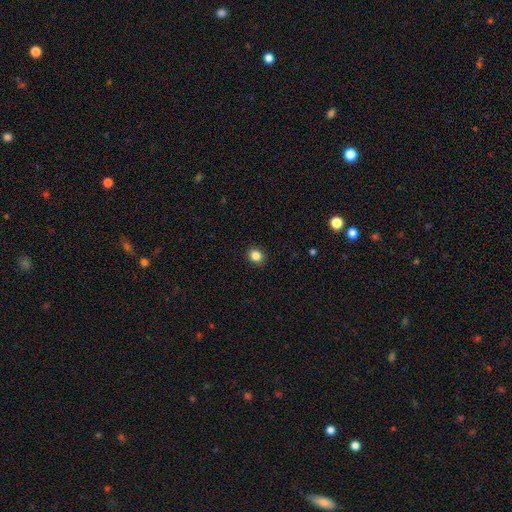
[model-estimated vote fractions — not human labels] Smooth or featured?
  - smooth: 85% *
  - star or artifact: 11%
  - featured or disk: 4%
How rounded?
  - round: 67% *
  - in between: 32%
  - cigar-shaped: 1%
Merging?
  - none: 91% *
  - minor disturbance: 6%
  - major disturbance: 2%
  - merger: 1%